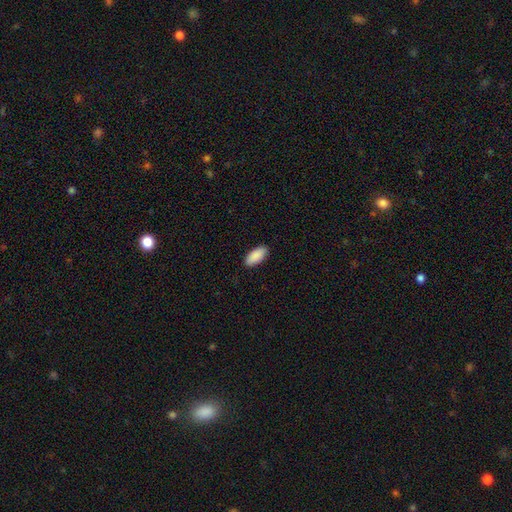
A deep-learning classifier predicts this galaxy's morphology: Smooth or featured: smooth — 91% (star or artifact — 6%)
How rounded: in between — 91% (cigar-shaped — 7%)
Merging: none — 90% (minor disturbance — 8%)